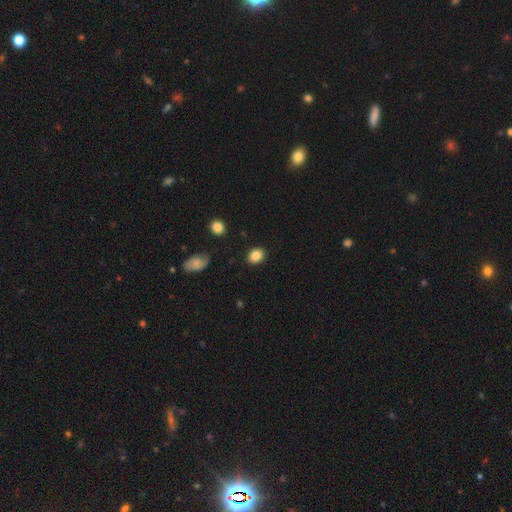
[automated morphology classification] Smooth or featured: smooth — 86% (star or artifact — 9%)
How rounded: round — 52% (in between — 47%)
Merging: none — 88% (minor disturbance — 8%)